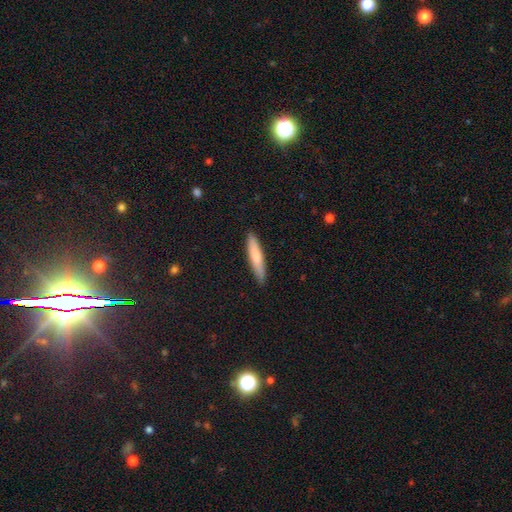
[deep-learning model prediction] A smooth galaxy with no disk features (77%) that is cigar-shaped (86%). Merging: none (89%).